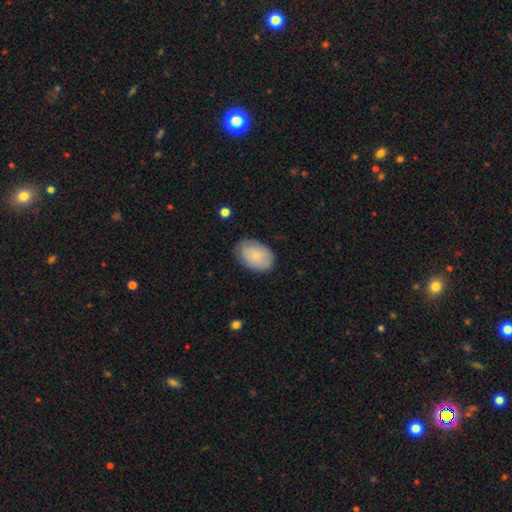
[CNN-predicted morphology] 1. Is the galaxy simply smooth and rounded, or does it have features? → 79% smooth, 15% featured or disk, 6% star or artifact.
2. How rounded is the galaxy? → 87% in between, 12% round, 1% cigar-shaped.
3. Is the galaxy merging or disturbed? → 79% none, 16% minor disturbance, 3% major disturbance, 1% merger.